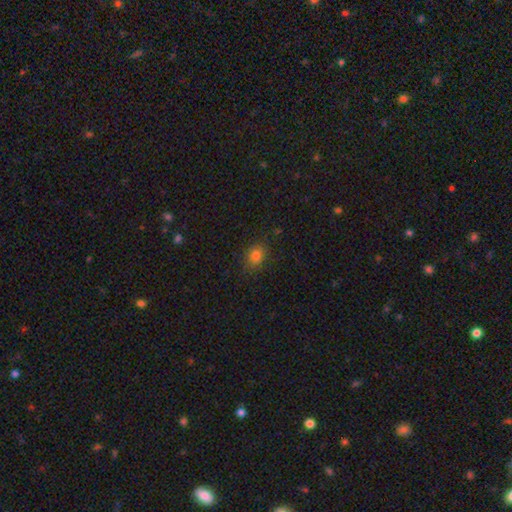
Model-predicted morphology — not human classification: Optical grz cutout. It shows a smooth galaxy with no disk features (81%) that is in between round and cigar-shaped (54%). Merging: none (78%).